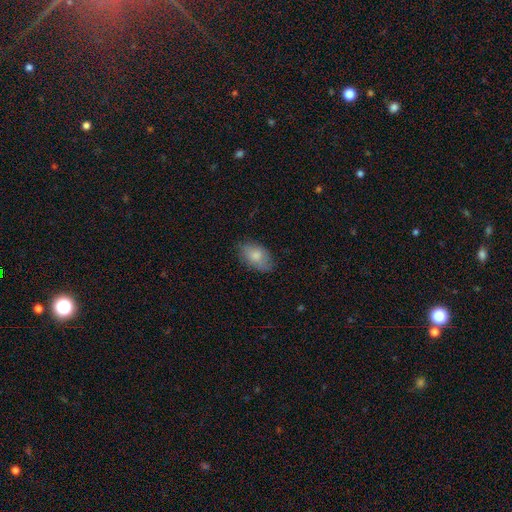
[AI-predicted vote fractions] Q: Smooth or featured?
A: smooth (81%); runner-up: featured or disk (12%)
Q: How rounded?
A: in between (91%); runner-up: round (8%)
Q: Merging?
A: none (74%); runner-up: minor disturbance (20%)